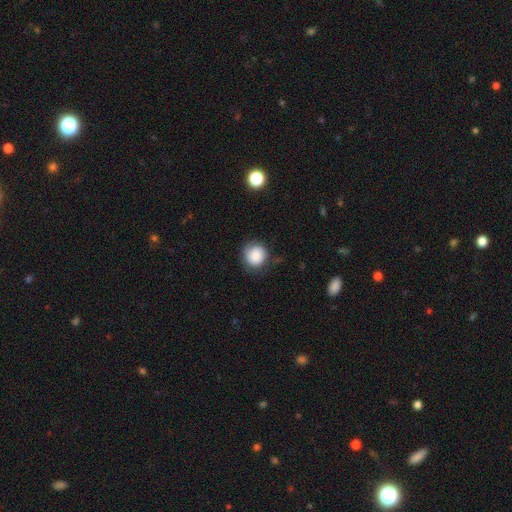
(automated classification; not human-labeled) A smooth galaxy with no disk features (80%) that is round (89%). Merging: none (72%).